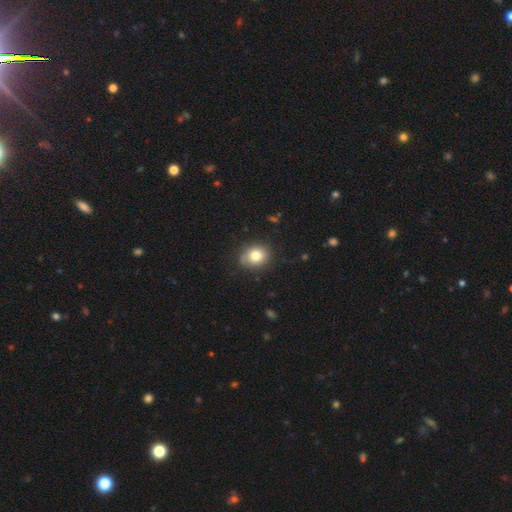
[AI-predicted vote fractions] A smooth galaxy with no disk features (78%) that is round (60%).

Vote fractions:
- Smooth or featured? smooth: 78% / featured or disk: 13% / star or artifact: 9%
- How rounded? round: 60% / in between: 39% / cigar-shaped: 1%
- Merging? none: 78% / minor disturbance: 16% / major disturbance: 4% / merger: 1%